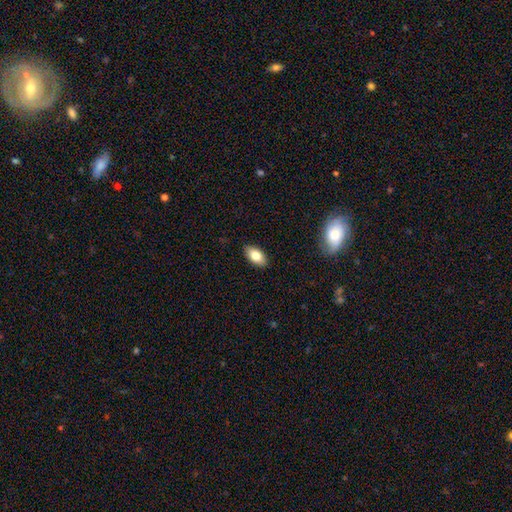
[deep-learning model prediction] The model was most divided on "smooth or featured": smooth: 80%, featured or disk: 12%, star or artifact: 8%. More confident: how rounded — in between (93%); merging — none (89%).